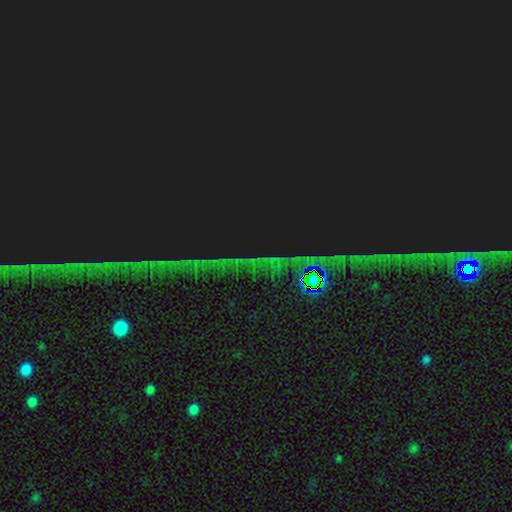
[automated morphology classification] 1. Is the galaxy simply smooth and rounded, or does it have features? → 86% star or artifact, 8% featured or disk, 7% smooth.